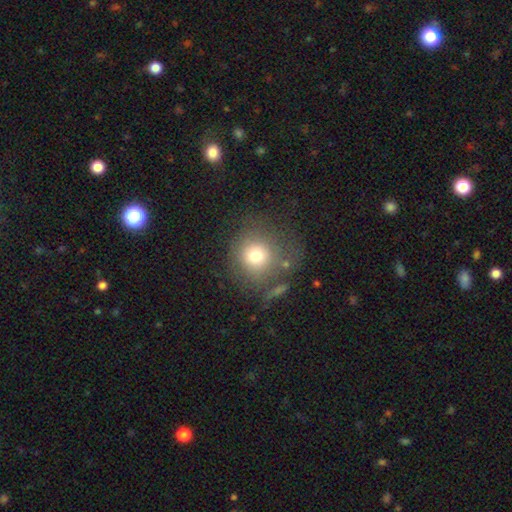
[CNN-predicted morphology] A smooth galaxy with no disk features (73%) that is round (88%).

Vote fractions:
- Smooth or featured? smooth: 73% / featured or disk: 15% / star or artifact: 12%
- How rounded? round: 88% / in between: 11% / cigar-shaped: 1%
- Merging? none: 64% / minor disturbance: 17% / major disturbance: 13% / merger: 6%